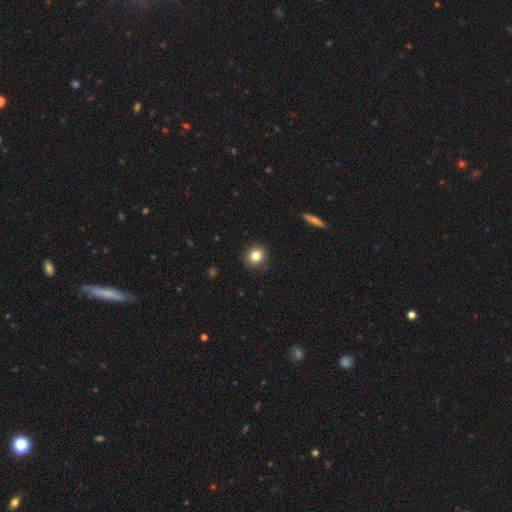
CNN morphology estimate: Smooth or featured? smooth (82%)
How rounded? round (89%)
Merging? none (91%)